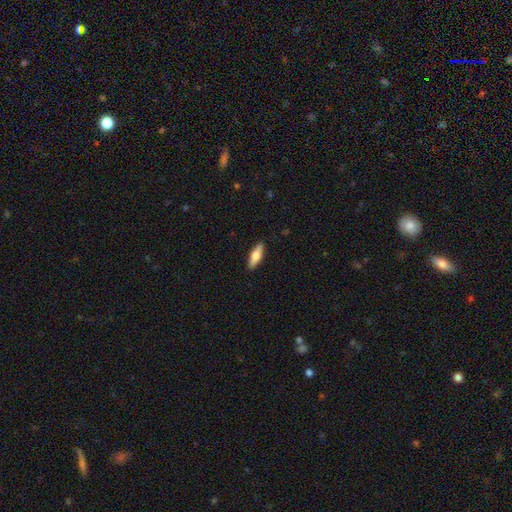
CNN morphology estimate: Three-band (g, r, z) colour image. It shows a smooth galaxy with no disk features (58%) that is cigar-shaped (50%). Merging: none (89%).